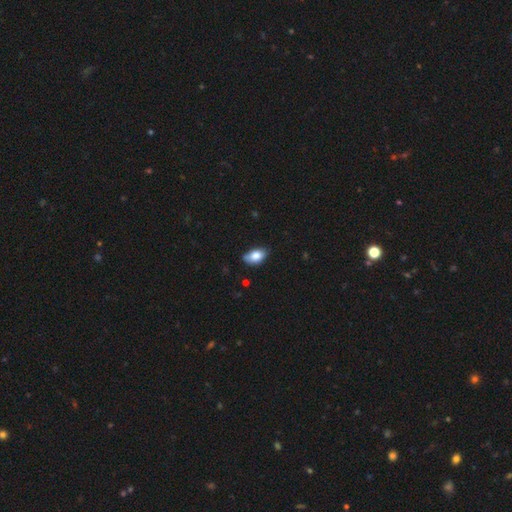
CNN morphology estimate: Smooth or featured?
  - smooth: 82% *
  - featured or disk: 11%
  - star or artifact: 8%
How rounded?
  - in between: 90% *
  - round: 9%
  - cigar-shaped: 2%
Merging?
  - none: 66% *
  - minor disturbance: 28%
  - major disturbance: 4%
  - merger: 2%